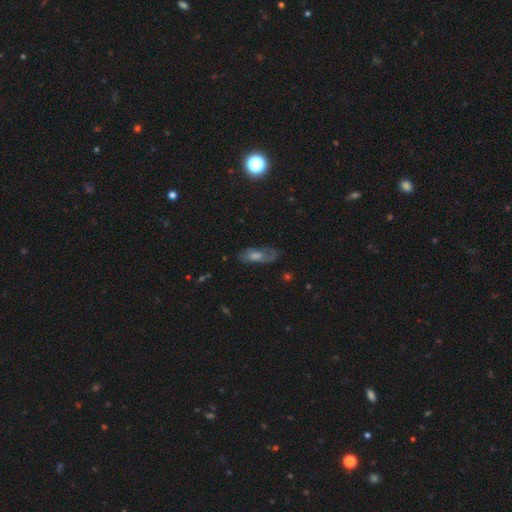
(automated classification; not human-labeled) smooth-or-featured: featured or disk: 52% | smooth: 32% | star or artifact: 16%
  disk-edge-on: no: 82% | yes: 18%
  merging: none: 67% | minor disturbance: 20% | major disturbance: 11% | merger: 2%